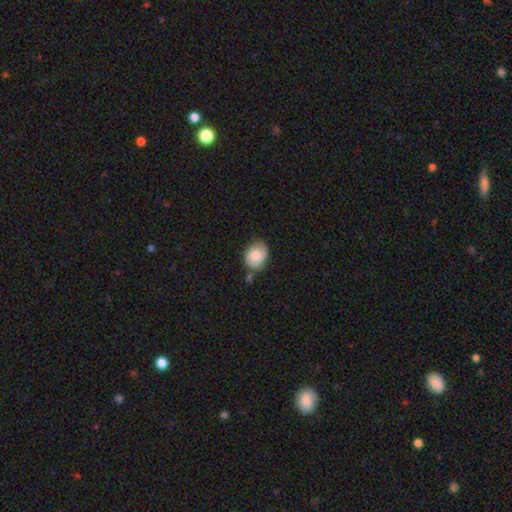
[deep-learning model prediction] Smooth or featured? Predicted: smooth (p=0.77). How rounded? Predicted: in between (p=0.55). Merging? Predicted: none (p=0.59).